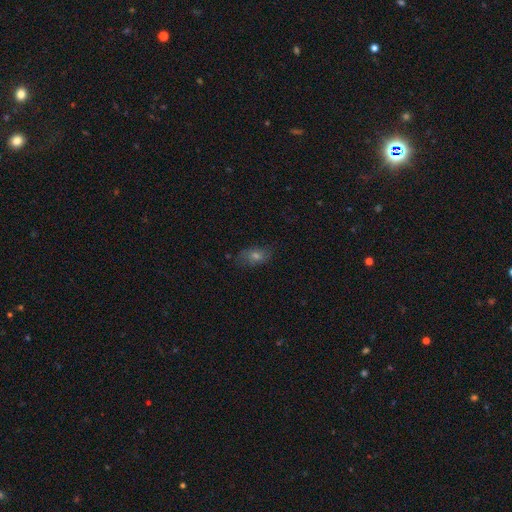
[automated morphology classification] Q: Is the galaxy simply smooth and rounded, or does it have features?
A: smooth — 50%.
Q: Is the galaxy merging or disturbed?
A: none — 73%.